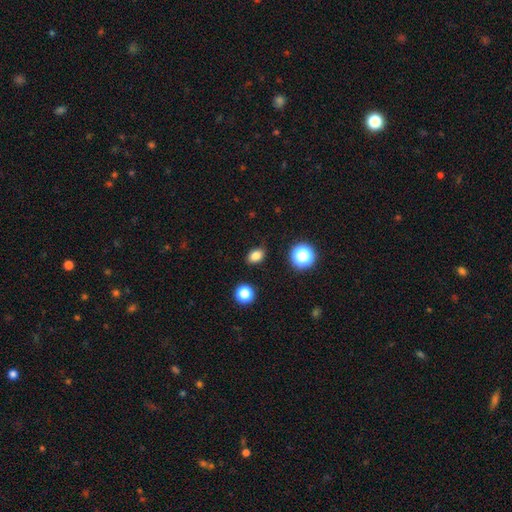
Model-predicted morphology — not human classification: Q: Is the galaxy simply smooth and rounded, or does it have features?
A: smooth — 82%.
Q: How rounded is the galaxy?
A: in between — 74%.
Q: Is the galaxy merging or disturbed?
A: none — 85%.